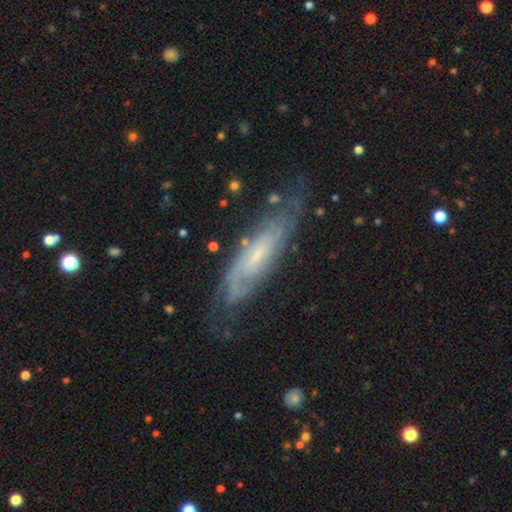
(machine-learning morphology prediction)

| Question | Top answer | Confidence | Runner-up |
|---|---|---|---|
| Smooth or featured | featured or disk | 75% | smooth (18%) |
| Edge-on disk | no | 75% | yes (25%) |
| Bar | no | 55% | weak (36%) |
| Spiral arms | yes | 90% | no (10%) |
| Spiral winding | tight | 53% | medium (35%) |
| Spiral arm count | can't tell | 48% | 2 (35%) |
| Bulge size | small | 67% | moderate (22%) |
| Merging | none | 68% | minor disturbance (21%) |